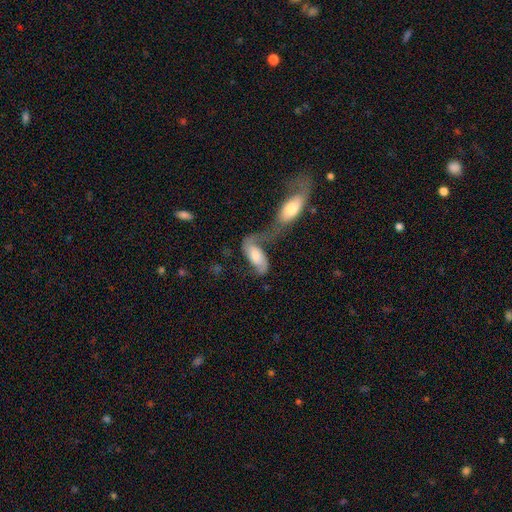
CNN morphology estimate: featured or disk 53%, smooth 40%, star or artifact 7%. Down the decision tree: edge-on disk — no (91%); merging — merger (63%).